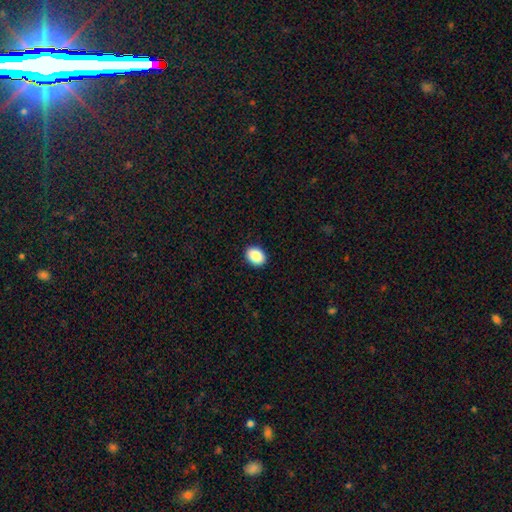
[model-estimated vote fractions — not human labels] Overall: smooth (88%). How rounded: in between (66%; round 33%). Merging: none (91%).